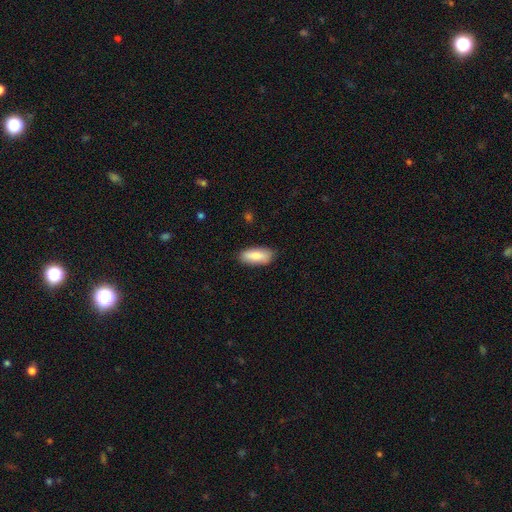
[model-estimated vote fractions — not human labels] Smooth or featured: smooth — 83% (featured or disk — 11%)
How rounded: in between — 82% (cigar-shaped — 16%)
Merging: none — 85% (minor disturbance — 12%)